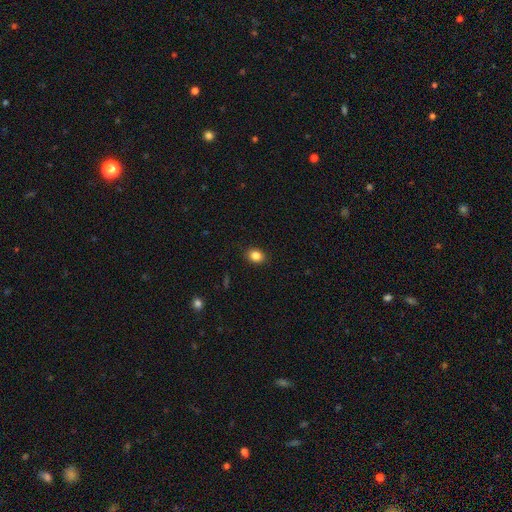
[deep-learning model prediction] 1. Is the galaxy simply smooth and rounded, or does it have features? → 85% smooth, 10% star or artifact, 5% featured or disk.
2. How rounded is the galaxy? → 52% round, 47% in between, 1% cigar-shaped.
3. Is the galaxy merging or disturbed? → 89% none, 8% minor disturbance, 2% major disturbance, 1% merger.